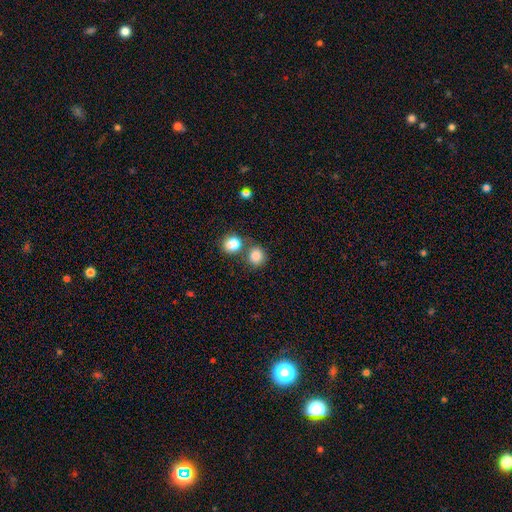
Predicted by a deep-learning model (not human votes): Morphology: type=smooth (84%); roundness=round (81%); merging=none (62%).